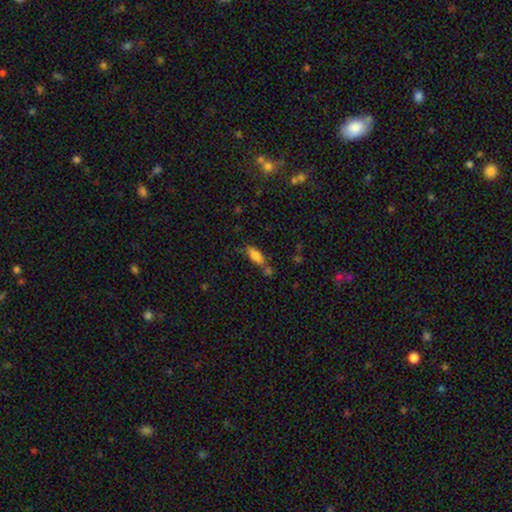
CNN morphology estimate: A smooth galaxy with no disk features (79%) that is in between round and cigar-shaped (70%).

Vote fractions:
- Smooth or featured? smooth: 79% / featured or disk: 11% / star or artifact: 10%
- How rounded? in between: 70% / cigar-shaped: 27% / round: 3%
- Merging? none: 47% / merger: 23% / minor disturbance: 22% / major disturbance: 8%